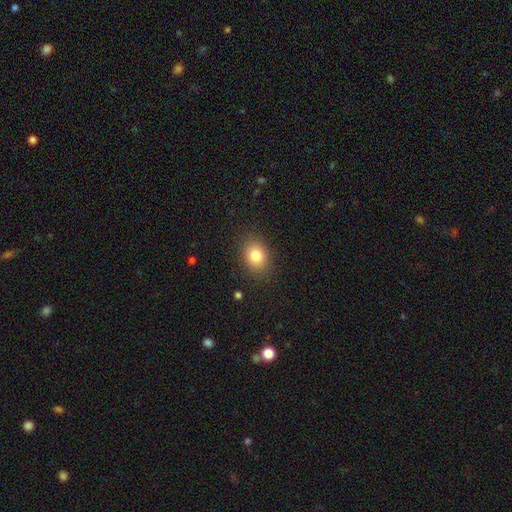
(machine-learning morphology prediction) A smooth galaxy with no disk features (83%) that is in between round and cigar-shaped (57%).

Vote fractions:
- Smooth or featured? smooth: 83% / star or artifact: 10% / featured or disk: 7%
- How rounded? in between: 57% / round: 42% / cigar-shaped: 1%
- Merging? none: 86% / minor disturbance: 10% / major disturbance: 3% / merger: 1%